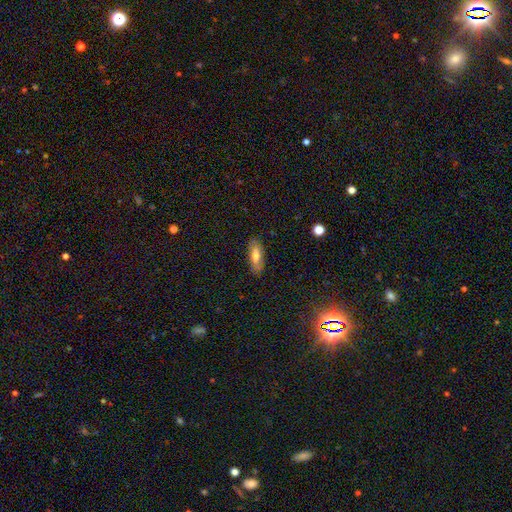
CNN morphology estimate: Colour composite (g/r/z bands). It shows a smooth galaxy with no disk features (64%) that is in between round and cigar-shaped (66%). Merging: none (85%).